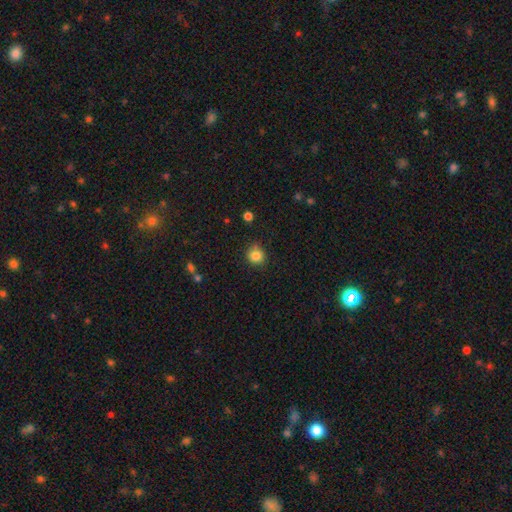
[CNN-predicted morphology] Smooth or featured: smooth — 84% (star or artifact — 11%)
How rounded: round — 90% (in between — 9%)
Merging: none — 83% (minor disturbance — 12%)